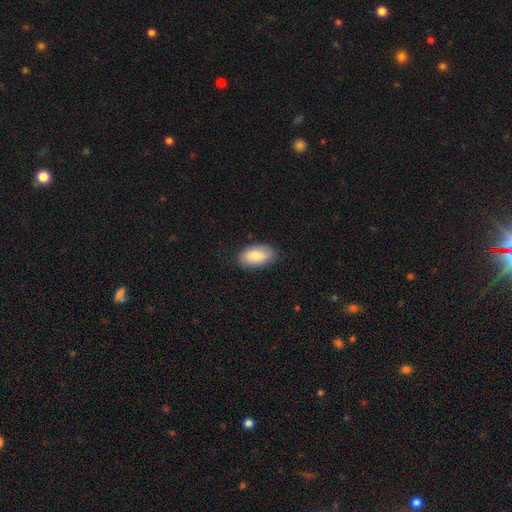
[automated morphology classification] Smooth or featured? Predicted: smooth (p=0.83). How rounded? Predicted: in between (p=0.94). Merging? Predicted: none (p=0.82).